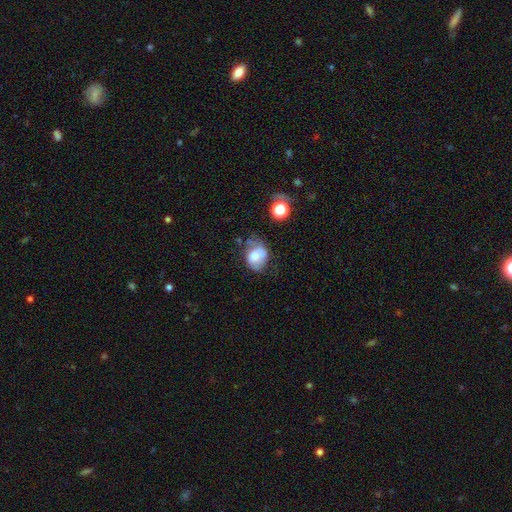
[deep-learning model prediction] Overall: smooth (64%; featured or disk 26%). How rounded: in between (59%; round 40%). Merging: none (35%; minor disturbance 34%).